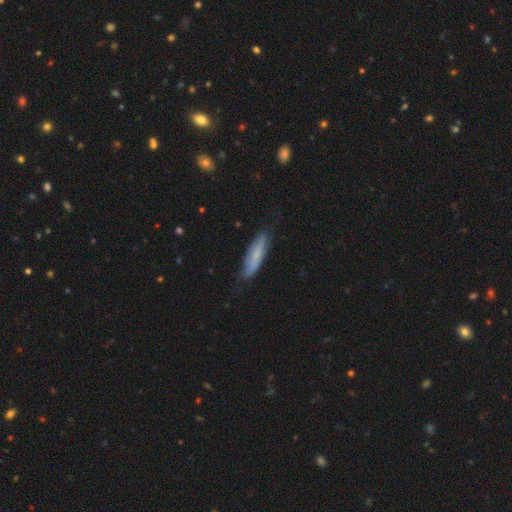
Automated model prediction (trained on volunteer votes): A smooth galaxy with no disk features (63%) that is cigar-shaped (71%). Merging: none (75%).